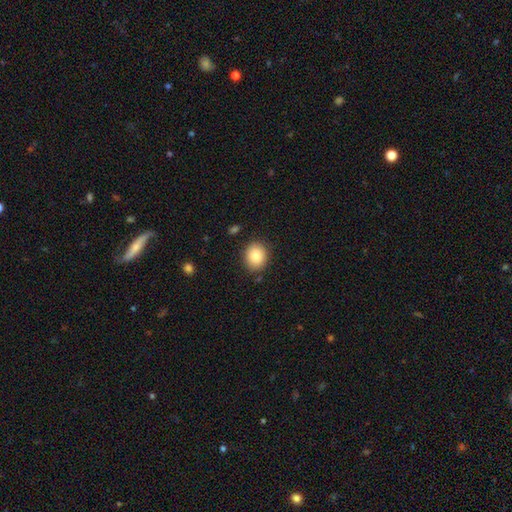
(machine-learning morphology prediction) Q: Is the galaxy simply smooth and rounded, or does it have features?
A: smooth — 84%.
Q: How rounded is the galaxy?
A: round — 64%.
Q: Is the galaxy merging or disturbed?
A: none — 87%.